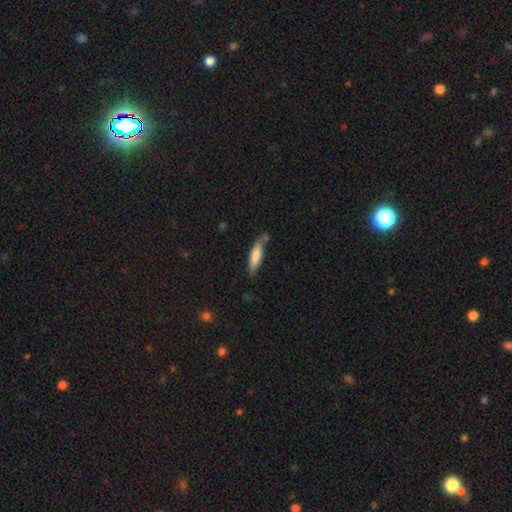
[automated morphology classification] A smooth galaxy with no disk features (78%) that is cigar-shaped (70%). Merging: none (65%).